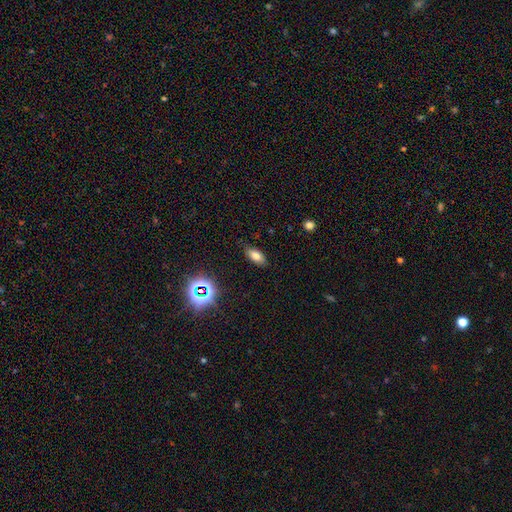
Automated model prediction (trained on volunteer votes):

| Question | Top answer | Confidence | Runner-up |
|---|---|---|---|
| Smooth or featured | smooth | 74% | star or artifact (15%) |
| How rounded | in between | 86% | cigar-shaped (9%) |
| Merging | none | 84% | minor disturbance (12%) |